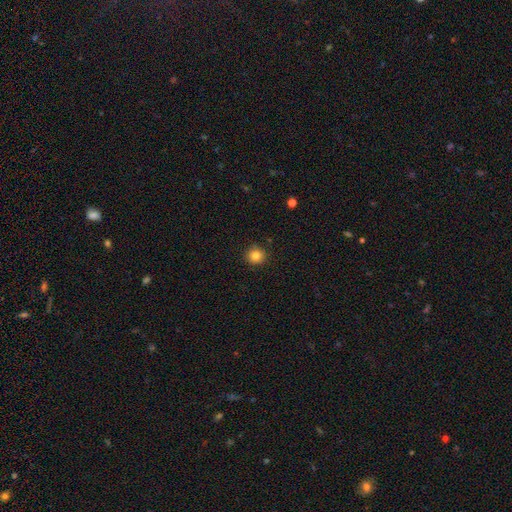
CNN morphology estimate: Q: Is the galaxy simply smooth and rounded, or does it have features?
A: smooth — 83%.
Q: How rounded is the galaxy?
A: round — 93%.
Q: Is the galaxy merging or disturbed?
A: none — 90%.